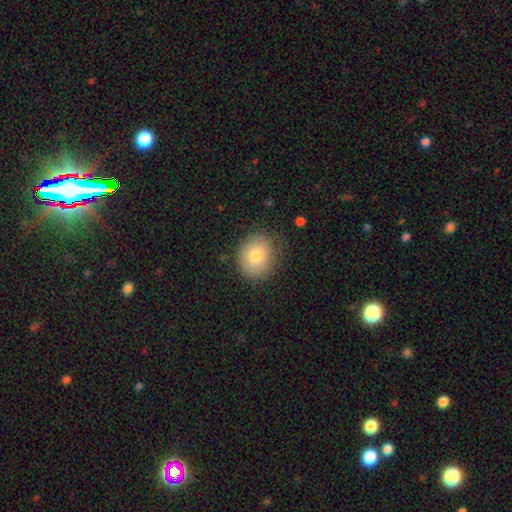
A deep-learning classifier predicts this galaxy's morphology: type=smooth (79%); roundness=round (67%); merging=none (79%).